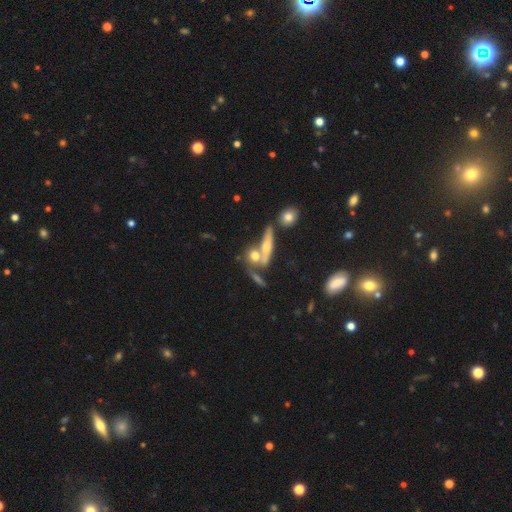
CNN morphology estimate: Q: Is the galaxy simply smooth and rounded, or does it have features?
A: featured or disk — 52%.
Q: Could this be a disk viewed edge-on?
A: no — 65%.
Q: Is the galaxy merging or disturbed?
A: merger — 47%.